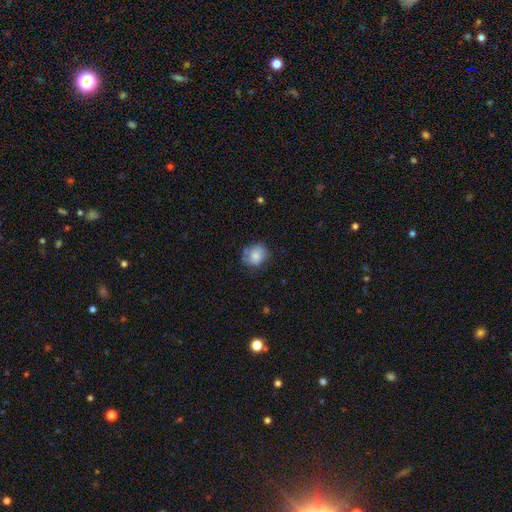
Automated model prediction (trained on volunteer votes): Smooth or featured?
  - smooth: 77% *
  - featured or disk: 14%
  - star or artifact: 8%
How rounded?
  - round: 65% *
  - in between: 34%
  - cigar-shaped: 1%
Merging?
  - none: 62% *
  - minor disturbance: 26%
  - major disturbance: 8%
  - merger: 3%